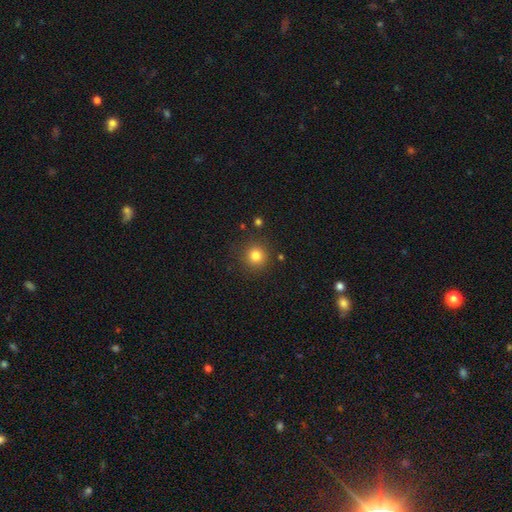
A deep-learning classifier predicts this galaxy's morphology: Smooth or featured: smooth — 82% (star or artifact — 13%)
How rounded: round — 94% (in between — 5%)
Merging: none — 88% (minor disturbance — 7%)